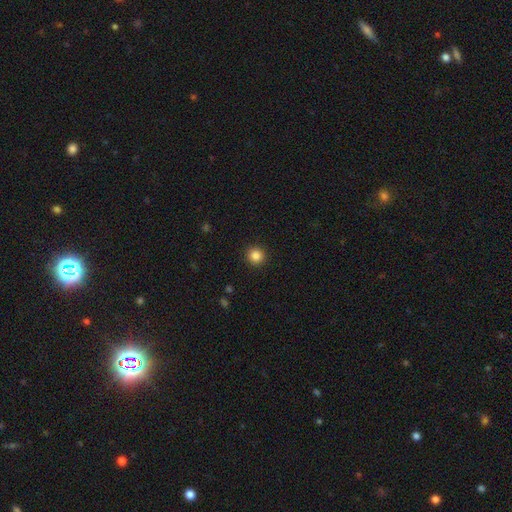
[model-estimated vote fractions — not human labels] Morphology: type=smooth (85%); roundness=round (94%); merging=none (93%).